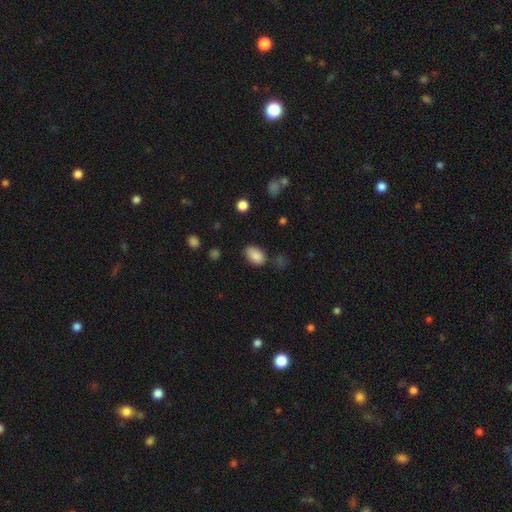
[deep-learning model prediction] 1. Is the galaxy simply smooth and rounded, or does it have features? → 87% smooth, 8% star or artifact, 5% featured or disk.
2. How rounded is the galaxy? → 91% in between, 8% round, 1% cigar-shaped.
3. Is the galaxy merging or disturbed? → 71% none, 20% minor disturbance, 5% major disturbance, 4% merger.